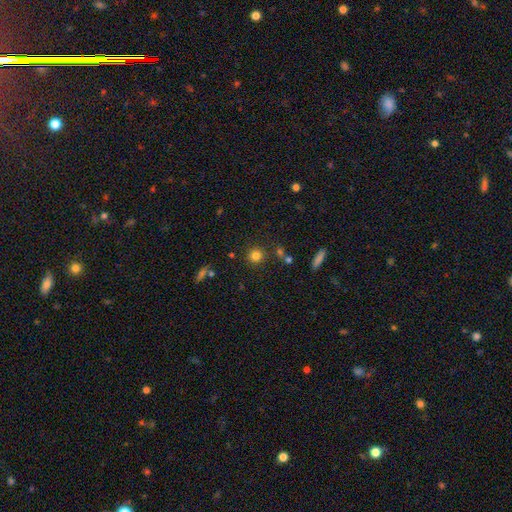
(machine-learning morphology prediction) Q: Smooth or featured?
A: smooth (79%); runner-up: star or artifact (14%)
Q: How rounded?
A: round (92%); runner-up: in between (7%)
Q: Merging?
A: none (83%); runner-up: minor disturbance (8%)